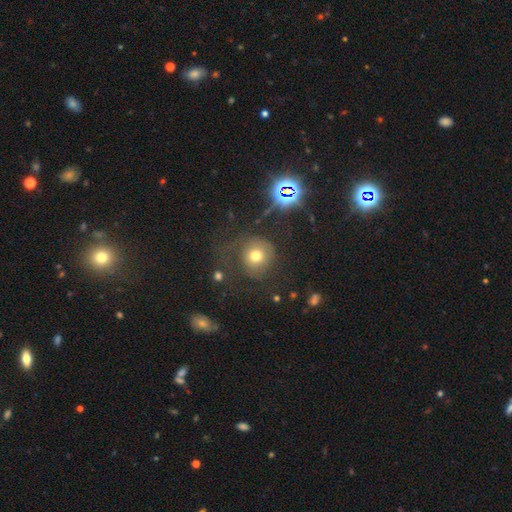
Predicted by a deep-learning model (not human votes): This is likely a smooth galaxy (68%). How rounded: clearly round (90%). Merging: likely none (63%).